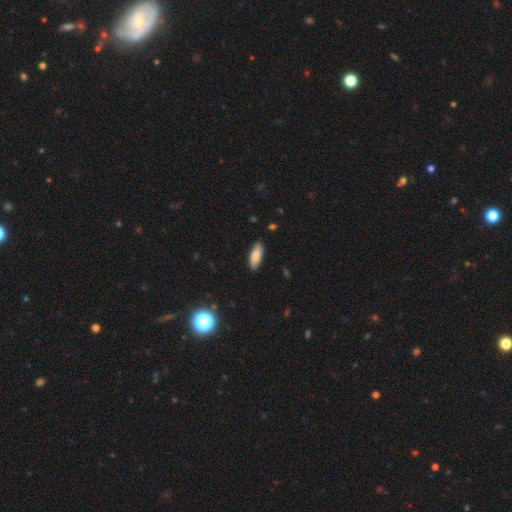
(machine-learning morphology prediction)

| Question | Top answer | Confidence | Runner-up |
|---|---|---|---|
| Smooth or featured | smooth | 82% | featured or disk (11%) |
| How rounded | in between | 74% | cigar-shaped (24%) |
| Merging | none | 86% | minor disturbance (11%) |